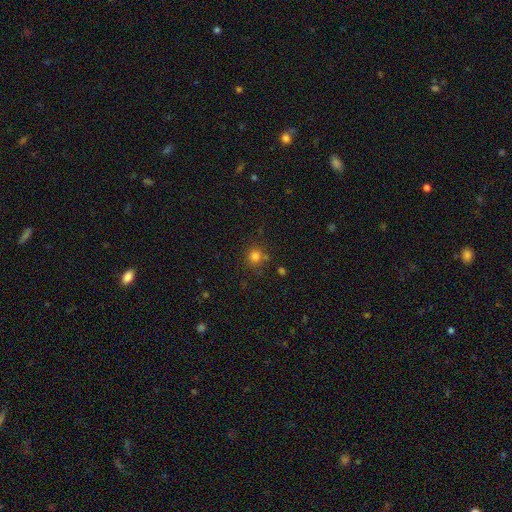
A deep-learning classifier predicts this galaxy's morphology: Smooth or featured? Predicted: smooth (p=0.80). How rounded? Predicted: round (p=0.90). Merging? Predicted: none (p=0.77).